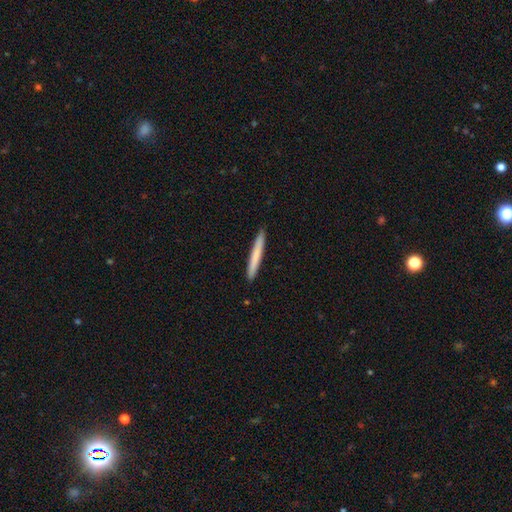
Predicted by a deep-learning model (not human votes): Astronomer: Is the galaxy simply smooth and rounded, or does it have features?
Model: smooth — 72%.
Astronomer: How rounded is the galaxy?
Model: cigar-shaped — 97%.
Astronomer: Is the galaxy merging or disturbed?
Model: none — 92%.